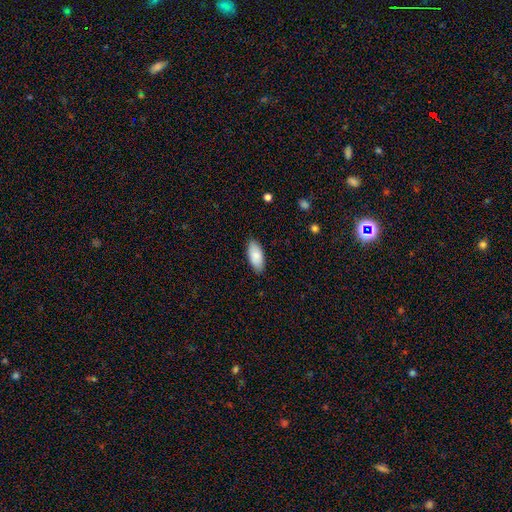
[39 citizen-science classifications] Overall: smooth (85%). How rounded: in between (91%). Merging: none (86%).